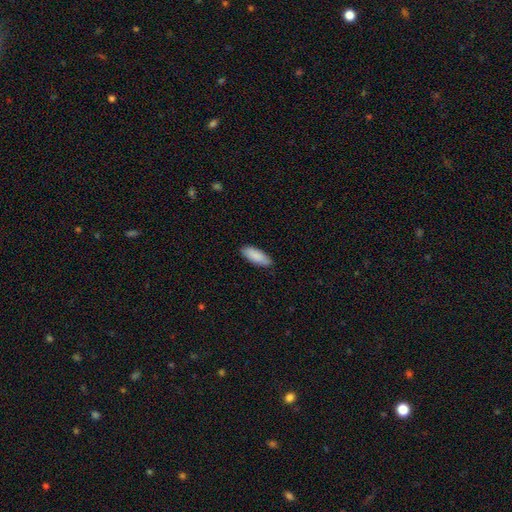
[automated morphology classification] smooth-or-featured: smooth: 88% | featured or disk: 6% | star or artifact: 5%
  how-rounded: in between: 74% | cigar-shaped: 24% | round: 2%
  merging: none: 86% | minor disturbance: 11% | major disturbance: 2% | merger: 1%